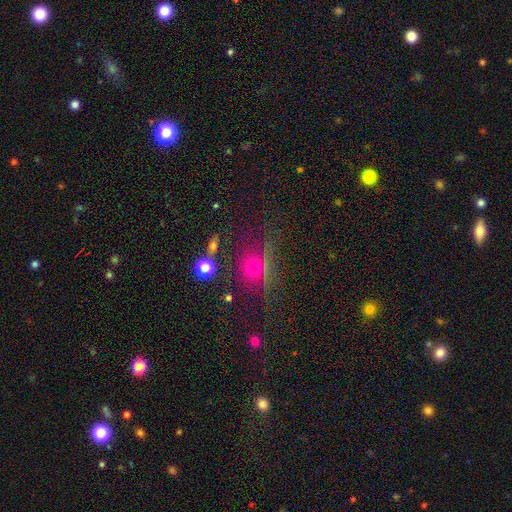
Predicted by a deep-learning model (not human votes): Morphology: type=star or artifact (44%).